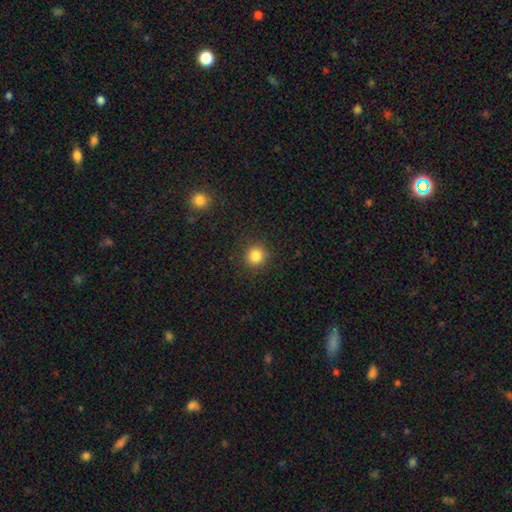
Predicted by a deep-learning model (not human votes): A smooth galaxy with no disk features (83%) that is round (94%).

Vote fractions:
- Smooth or featured? smooth: 83% / star or artifact: 12% / featured or disk: 5%
- How rounded? round: 94% / in between: 5% / cigar-shaped: 1%
- Merging? none: 90% / minor disturbance: 6% / major disturbance: 2% / merger: 1%